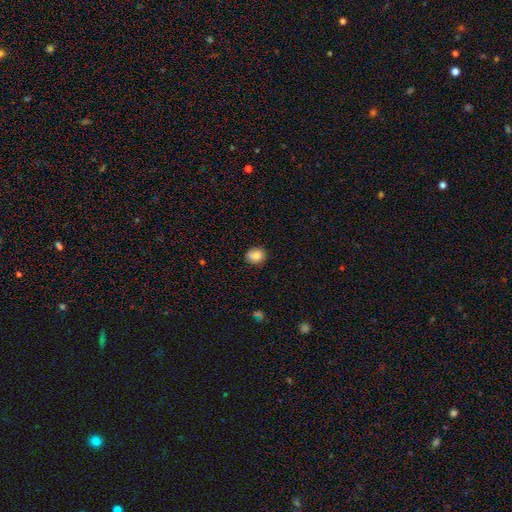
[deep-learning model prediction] Smooth or featured?
  - smooth: 83% *
  - star or artifact: 9%
  - featured or disk: 7%
How rounded?
  - round: 69% *
  - in between: 30%
  - cigar-shaped: 1%
Merging?
  - none: 79% *
  - minor disturbance: 17%
  - major disturbance: 3%
  - merger: 2%